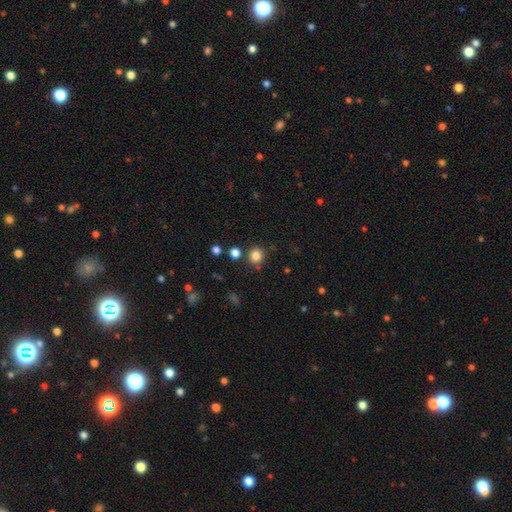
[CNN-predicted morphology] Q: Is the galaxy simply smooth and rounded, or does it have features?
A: smooth — 83%.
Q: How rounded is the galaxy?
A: round — 90%.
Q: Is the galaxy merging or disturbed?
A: none — 82%.